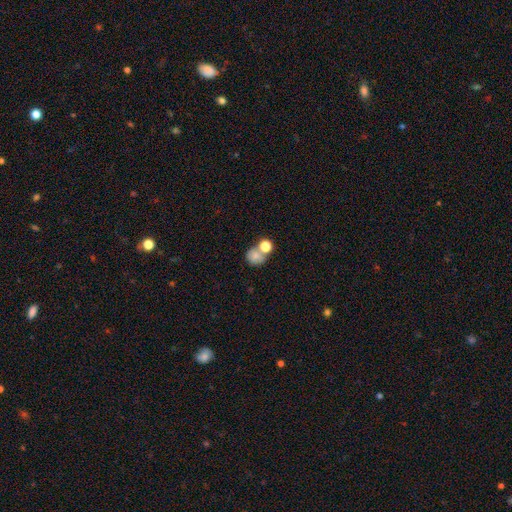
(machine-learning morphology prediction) smooth-or-featured: smooth: 77% | star or artifact: 12% | featured or disk: 11%
  how-rounded: round: 79% | in between: 20% | cigar-shaped: 1%
  merging: merger: 43% | none: 42% | minor disturbance: 10% | major disturbance: 5%